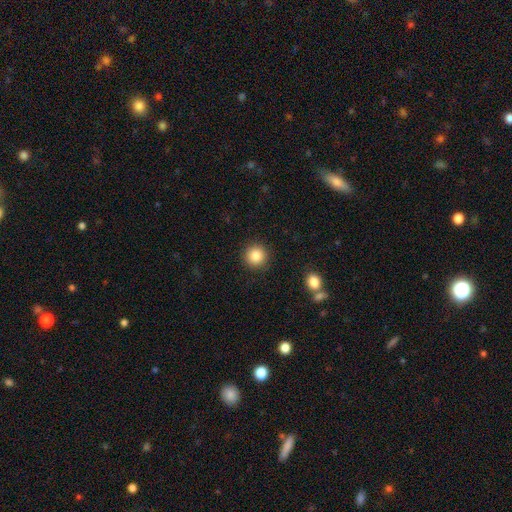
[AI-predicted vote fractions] smooth-or-featured: smooth: 85% | star or artifact: 10% | featured or disk: 5%
  how-rounded: round: 95% | in between: 4% | cigar-shaped: 1%
  merging: none: 91% | minor disturbance: 5% | major disturbance: 2% | merger: 1%